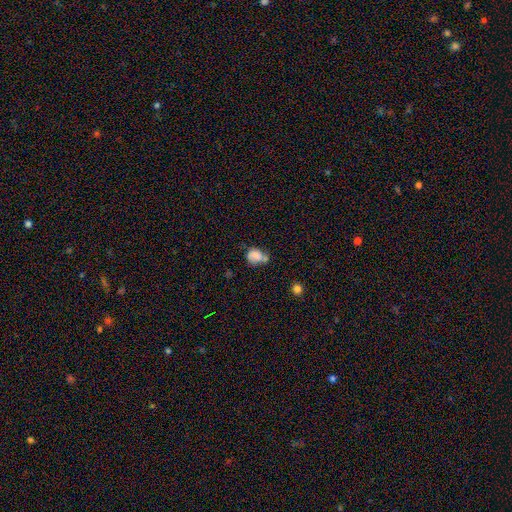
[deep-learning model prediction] The model was most divided on "merging": none: 33%, minor disturbance: 26%, merger: 26%, major disturbance: 14%. More confident: smooth or featured — smooth (67%); how rounded — in between (54%).